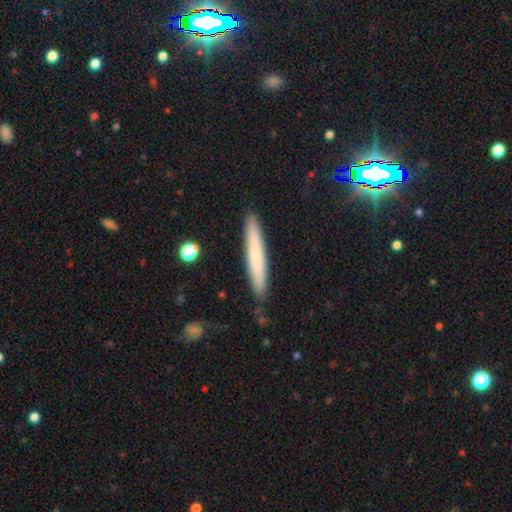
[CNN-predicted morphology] A smooth galaxy with no disk features (68%) that is cigar-shaped (95%).

Vote fractions:
- Smooth or featured? smooth: 68% / featured or disk: 24% / star or artifact: 8%
- How rounded? cigar-shaped: 95% / in between: 4% / round: 1%
- Merging? none: 88% / minor disturbance: 9% / major disturbance: 2% / merger: 2%